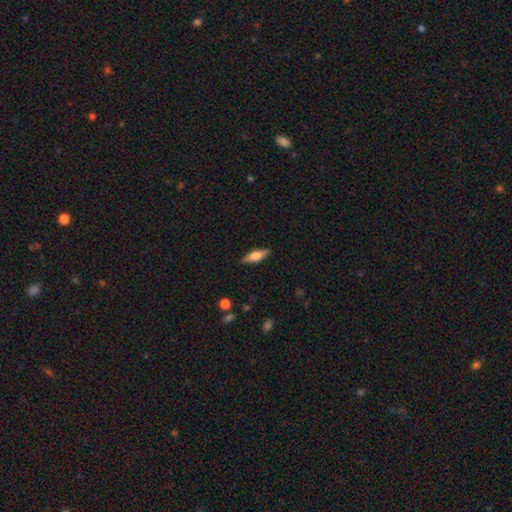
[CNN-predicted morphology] This appears to be a smooth galaxy with no disk features (53%) that is cigar-shaped (50%). Merging: none (87%).